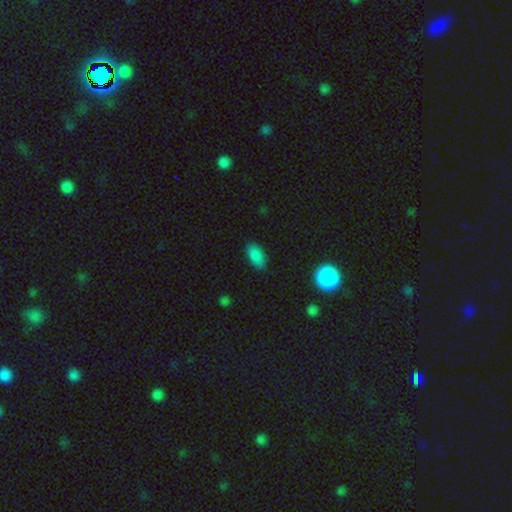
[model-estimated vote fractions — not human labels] smooth 87%, star or artifact 9%, featured or disk 4%. Down the decision tree: how rounded — in between (92%); merging — none (83%).